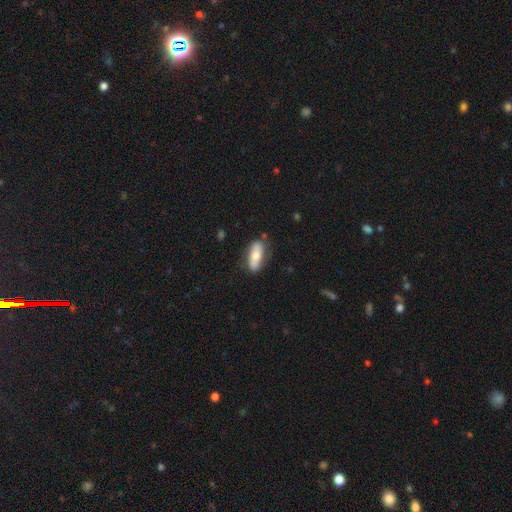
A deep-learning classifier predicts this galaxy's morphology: smooth_or_featured: smooth (p=0.62) [alt: featured or disk p=0.32]
how_rounded: in between (p=0.77) [alt: cigar-shaped p=0.20]
merging: none (p=0.77) [alt: minor disturbance p=0.17]